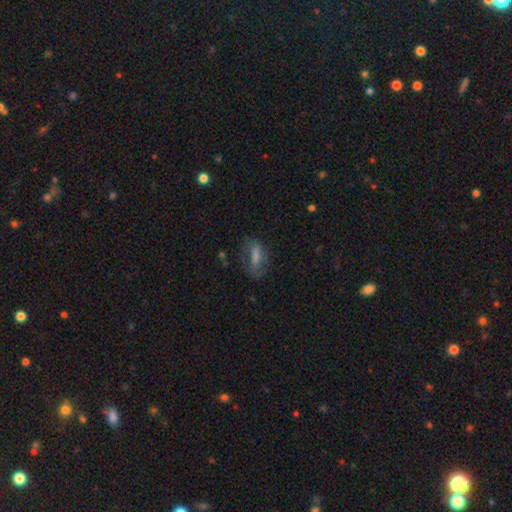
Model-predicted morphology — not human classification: type=smooth (64%); roundness=in between (63%); merging=none (56%).